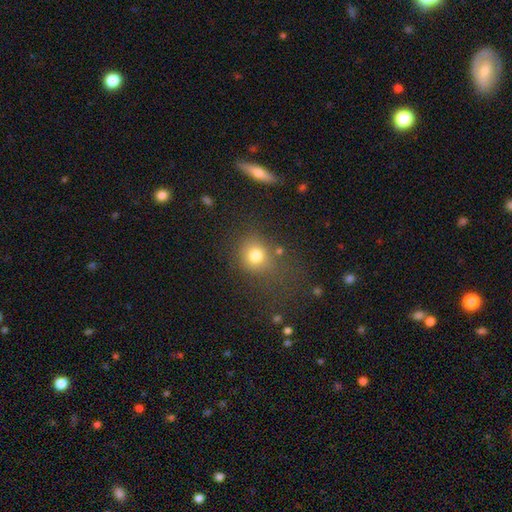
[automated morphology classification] Smooth or featured? Predicted: smooth (p=0.77). How rounded? Predicted: round (p=0.72). Merging? Predicted: none (p=0.58).